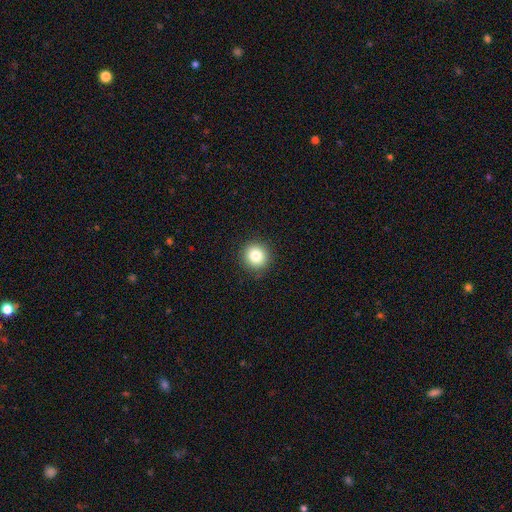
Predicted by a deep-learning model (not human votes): Q: Smooth or featured?
A: smooth (83%); runner-up: star or artifact (11%)
Q: How rounded?
A: round (93%); runner-up: in between (6%)
Q: Merging?
A: none (91%); runner-up: minor disturbance (6%)